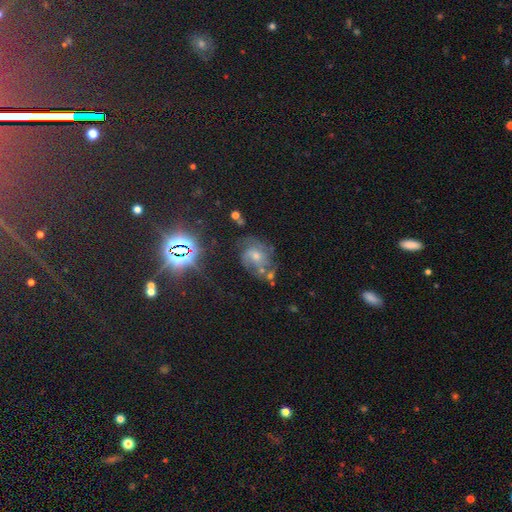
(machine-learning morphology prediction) A featured or disk galaxy (49%).

Vote fractions:
- Smooth or featured? featured or disk: 49% / star or artifact: 38% / smooth: 14%
- Merging? none: 62% / minor disturbance: 19% / major disturbance: 12% / merger: 7%